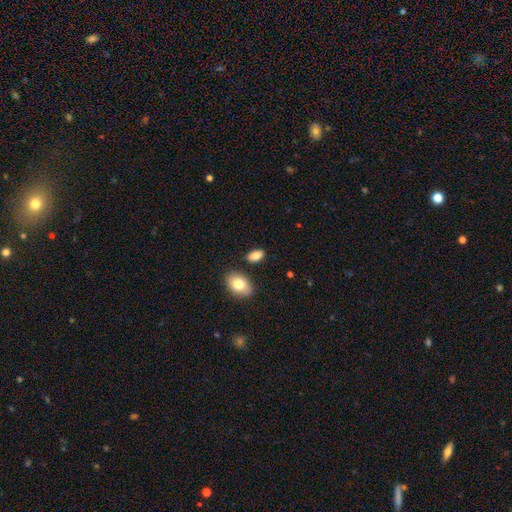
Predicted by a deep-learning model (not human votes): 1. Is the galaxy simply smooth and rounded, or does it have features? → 84% smooth, 8% star or artifact, 8% featured or disk.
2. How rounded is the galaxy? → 91% in between, 7% round, 2% cigar-shaped.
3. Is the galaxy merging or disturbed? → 80% none, 11% minor disturbance, 6% merger, 3% major disturbance.